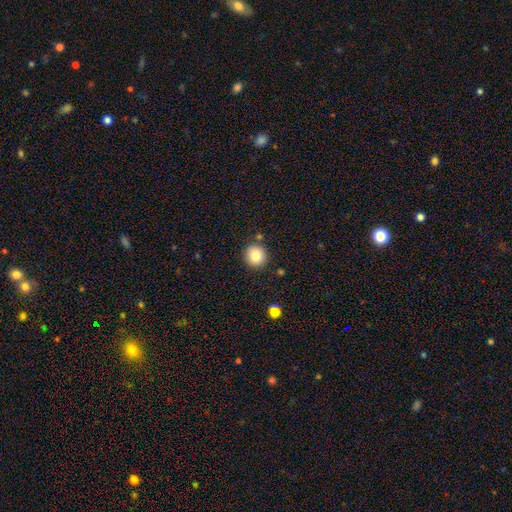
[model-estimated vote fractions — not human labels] smooth 83%, star or artifact 10%, featured or disk 7%. Down the decision tree: how rounded — round (94%); merging — none (87%).